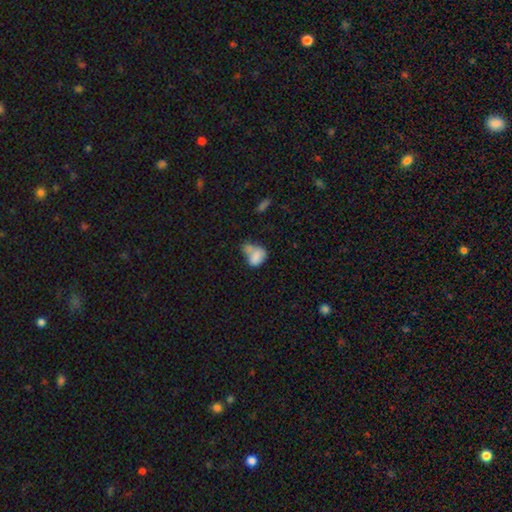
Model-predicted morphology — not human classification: A smooth galaxy with no disk features (77%) that is in between round and cigar-shaped (74%). Merging: merger (41%).